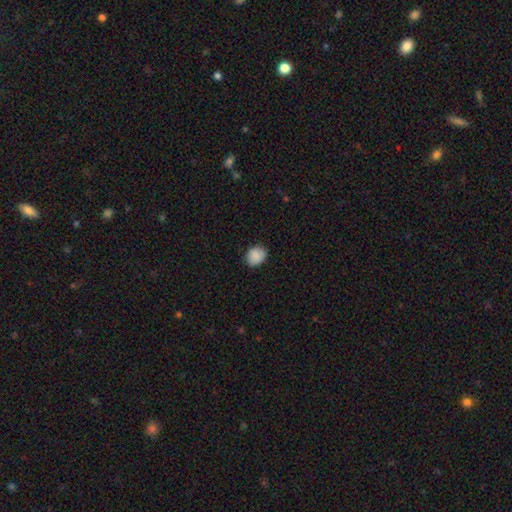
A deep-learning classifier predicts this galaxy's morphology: A smooth galaxy with no disk features (88%) that is round (62%). Merging: none (83%).